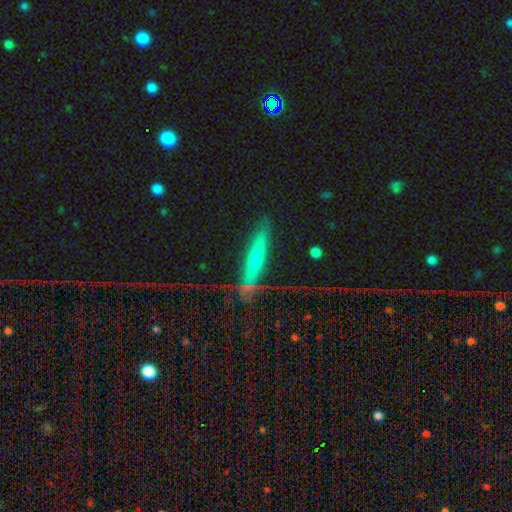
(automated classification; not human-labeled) Smooth or featured?
  - smooth: 53% *
  - featured or disk: 32%
  - star or artifact: 14%
How rounded?
  - cigar-shaped: 81% *
  - in between: 14%
  - round: 5%
Merging?
  - none: 77% *
  - minor disturbance: 13%
  - merger: 5%
  - major disturbance: 5%